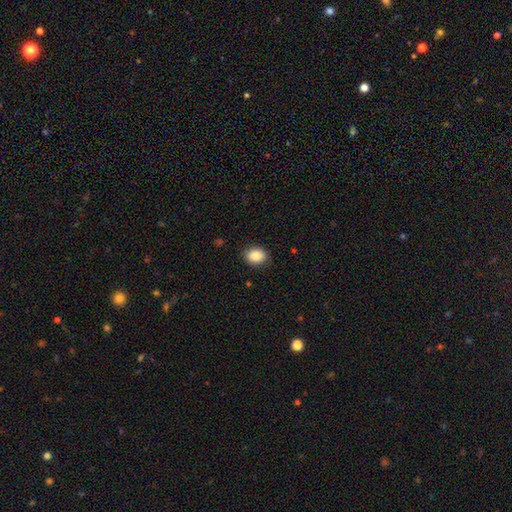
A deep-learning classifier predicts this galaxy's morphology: The model was most divided on "how rounded": in between: 61%, round: 38%, cigar-shaped: 1%. More confident: merging — none (86%); smooth or featured — smooth (86%).